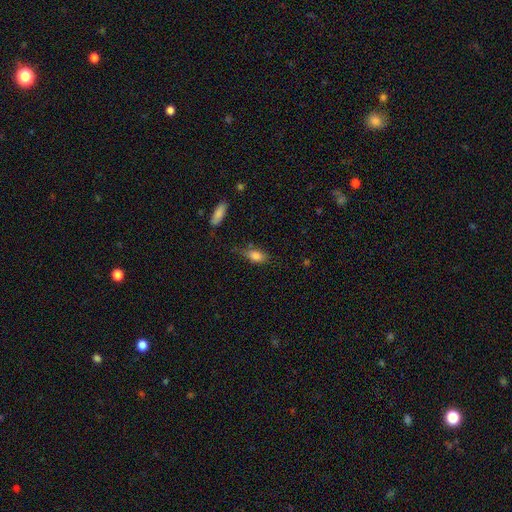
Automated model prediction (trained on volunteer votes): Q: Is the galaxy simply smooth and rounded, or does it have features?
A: smooth — 82%.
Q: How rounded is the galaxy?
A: in between — 83%.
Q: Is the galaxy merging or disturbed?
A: none — 61%.